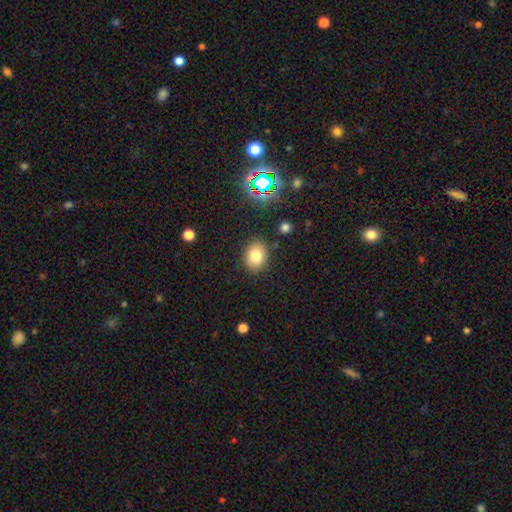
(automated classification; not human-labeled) A smooth galaxy with no disk features (79%) that is in between round and cigar-shaped (53%). Merging: none (86%).